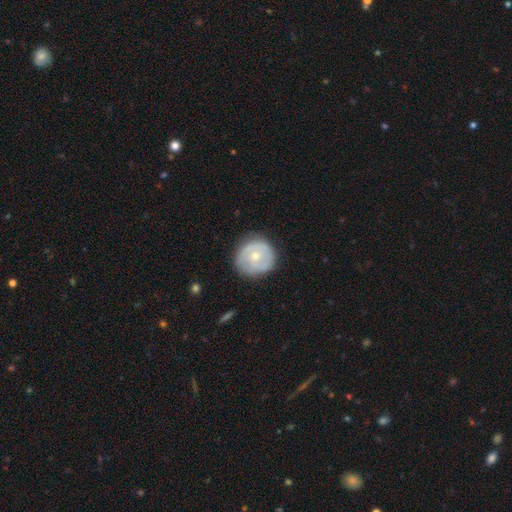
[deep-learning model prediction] Smooth or featured? Predicted: smooth (p=0.49). Merging? Predicted: none (p=0.76).